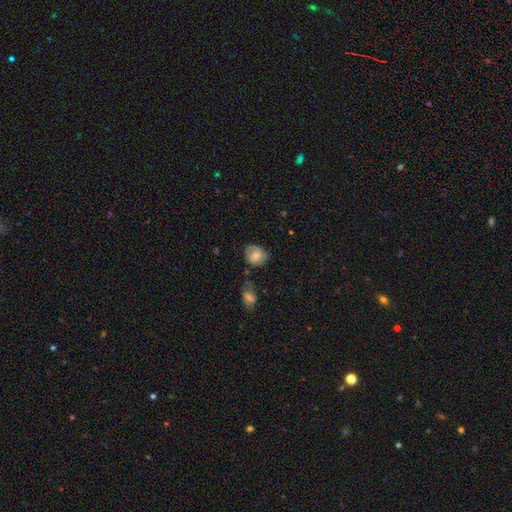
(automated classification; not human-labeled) A smooth galaxy with no disk features (66%) that is round (59%). Merging: none (54%).